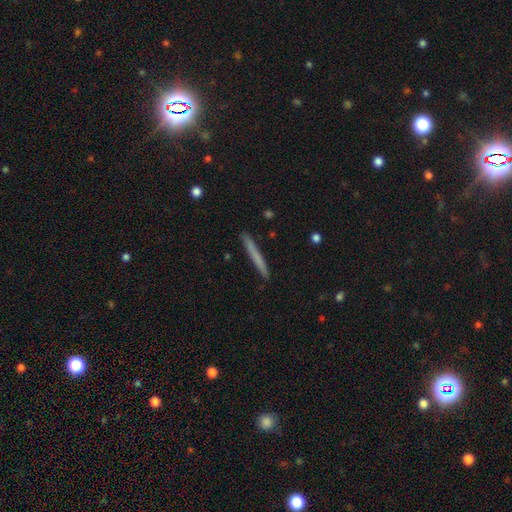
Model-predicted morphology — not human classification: The model was most divided on "smooth or featured": smooth: 65%, featured or disk: 29%, star or artifact: 6%. More confident: how rounded — cigar-shaped (97%); merging — none (91%).